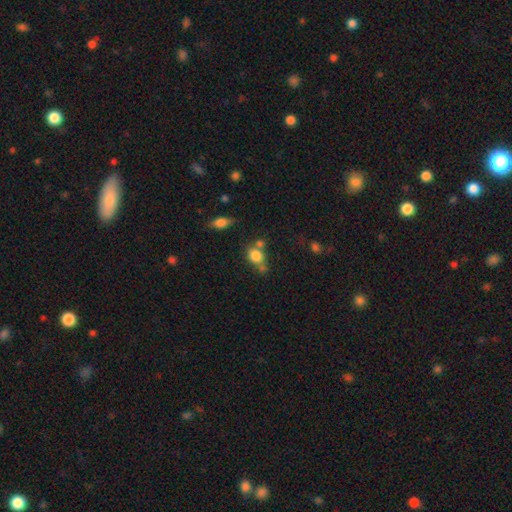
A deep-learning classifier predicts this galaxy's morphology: Smooth or featured? Predicted: smooth (p=0.80). How rounded? Predicted: round (p=0.59). Merging? Predicted: none (p=0.49).